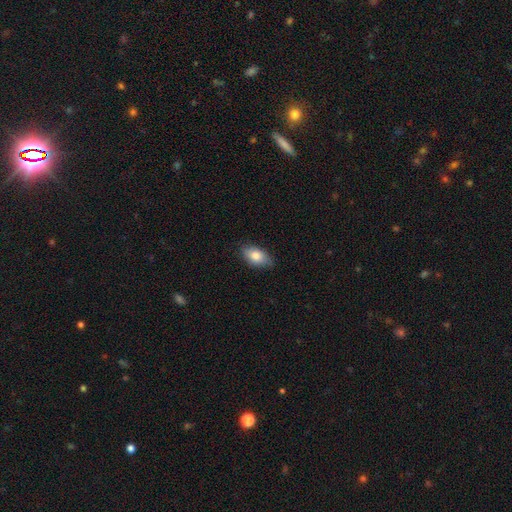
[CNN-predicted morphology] Smooth or featured? Predicted: smooth (p=0.79). How rounded? Predicted: in between (p=0.90). Merging? Predicted: none (p=0.80).